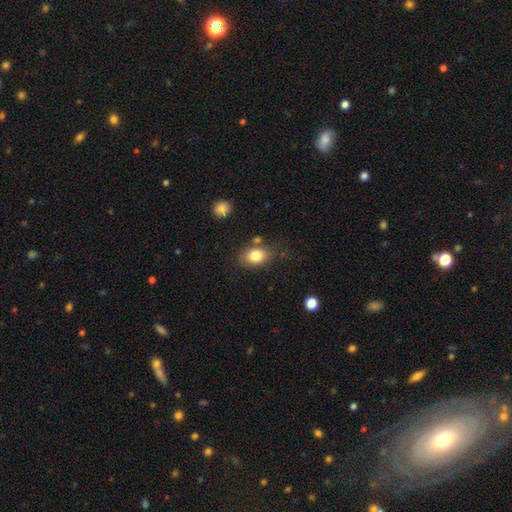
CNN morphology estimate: Overall: smooth (81%). How rounded: in between (72%). Merging: none (71%).